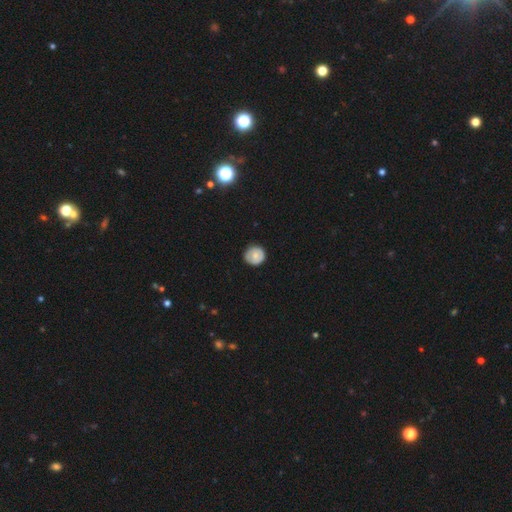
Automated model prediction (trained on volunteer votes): smooth-or-featured: smooth: 67% | featured or disk: 26% | star or artifact: 7%
  how-rounded: round: 91% | in between: 8% | cigar-shaped: 1%
  merging: none: 85% | minor disturbance: 12% | major disturbance: 2% | merger: 1%